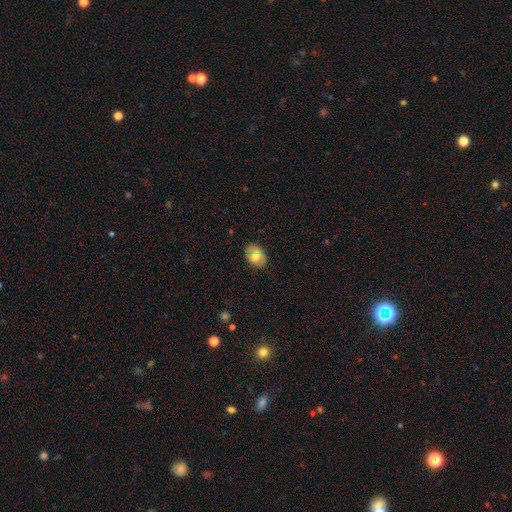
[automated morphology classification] Overall: smooth (69%). How rounded: in between (62%; round 37%). Merging: none (83%).